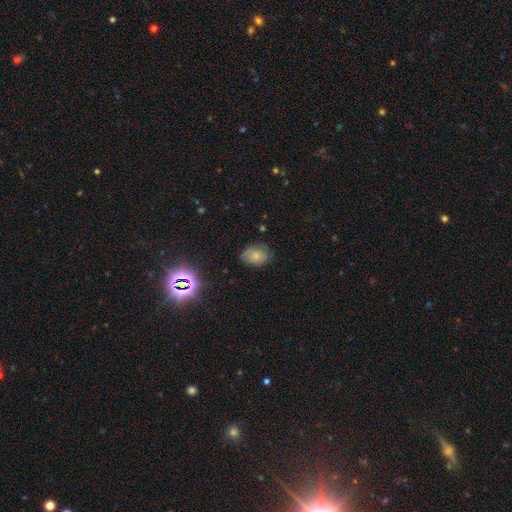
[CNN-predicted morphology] This is likely a smooth galaxy (71%). How rounded: likely in between (67%). Merging: likely none (70%).